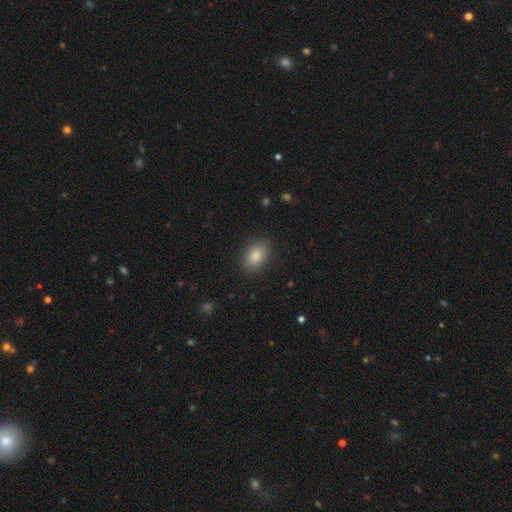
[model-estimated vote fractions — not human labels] A smooth galaxy with no disk features (86%) that is in between round and cigar-shaped (85%).

Vote fractions:
- Smooth or featured? smooth: 86% / star or artifact: 8% / featured or disk: 6%
- How rounded? in between: 85% / round: 14% / cigar-shaped: 1%
- Merging? none: 87% / minor disturbance: 9% / major disturbance: 3% / merger: 1%